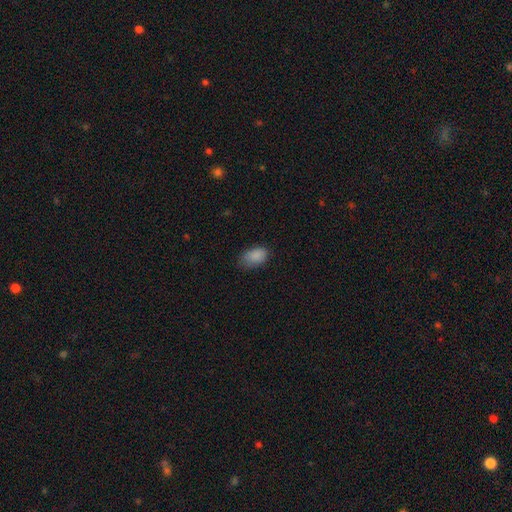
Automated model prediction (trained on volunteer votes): This appears to be a smooth galaxy with no disk features (87%) that is in between round and cigar-shaped (91%). Merging: none (62%).